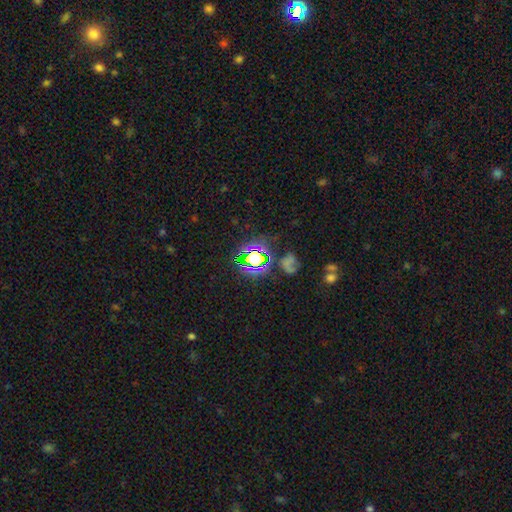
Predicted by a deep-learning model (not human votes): This is likely a star or artifact rather than a galaxy (61%).